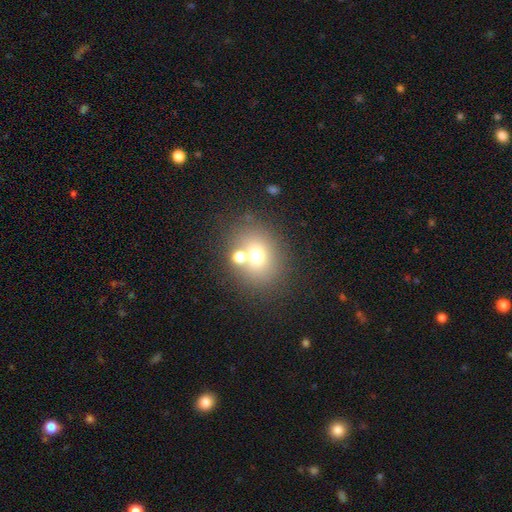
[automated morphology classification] Overall: smooth (67%). How rounded: round (64%; in between 35%). Merging: none (60%; merger 26%).